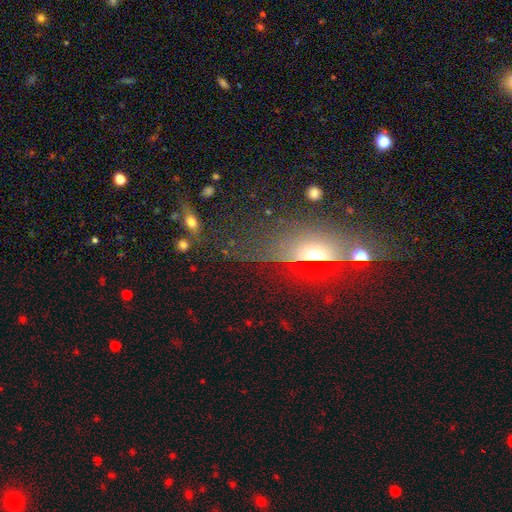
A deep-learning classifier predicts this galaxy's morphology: smooth_or_featured: featured or disk (p=0.39) [alt: star or artifact p=0.34]
merging: none (p=0.58) [alt: minor disturbance p=0.17]